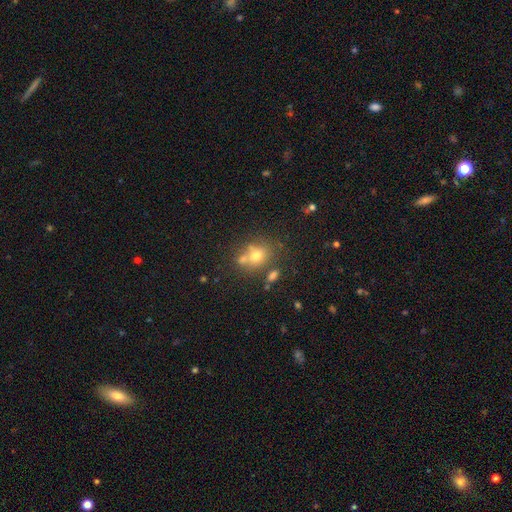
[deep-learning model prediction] A smooth galaxy with no disk features (67%) that is round (64%). Merging: none (51%).